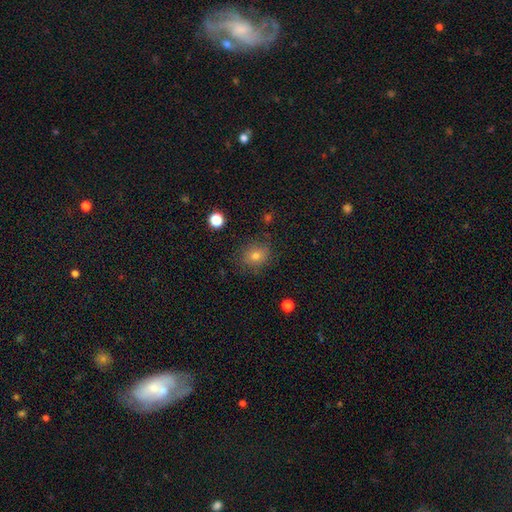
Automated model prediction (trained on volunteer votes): Overall: smooth (70%). How rounded: round (68%; in between 31%). Merging: none (82%).